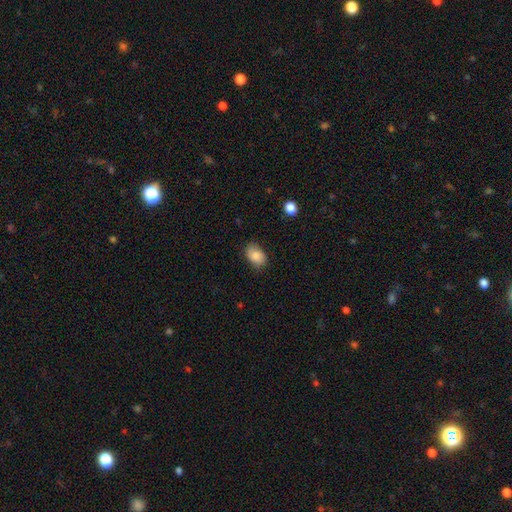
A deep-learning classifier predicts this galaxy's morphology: type=smooth (85%); roundness=in between (84%); merging=none (77%).